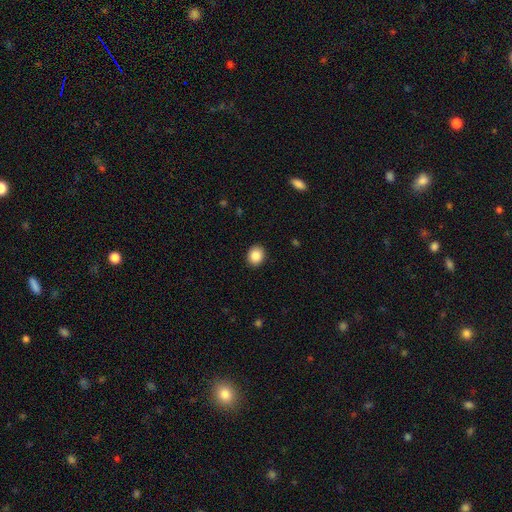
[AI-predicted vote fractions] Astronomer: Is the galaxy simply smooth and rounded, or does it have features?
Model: smooth — 87%.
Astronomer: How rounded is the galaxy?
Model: round — 64%.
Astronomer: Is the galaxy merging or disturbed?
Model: none — 91%.